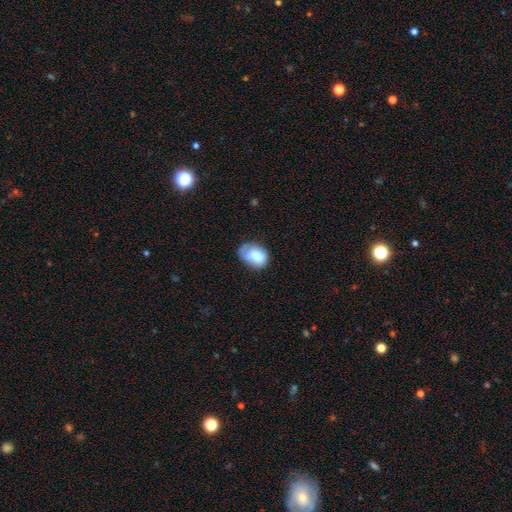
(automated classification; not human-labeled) Morphology: type=smooth (74%); roundness=in between (71%); merging=none (53%).